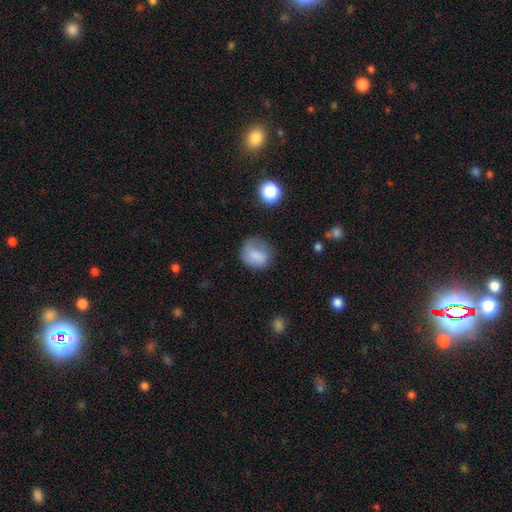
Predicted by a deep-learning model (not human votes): Smooth or featured? smooth (79%)
How rounded? round (65%)
Merging? none (50%)